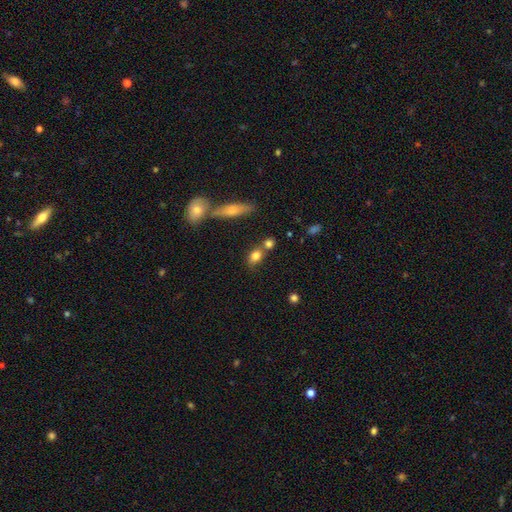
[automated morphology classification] Overall: smooth (79%). How rounded: in between (57%; round 37%). Merging: none (54%; merger 29%).